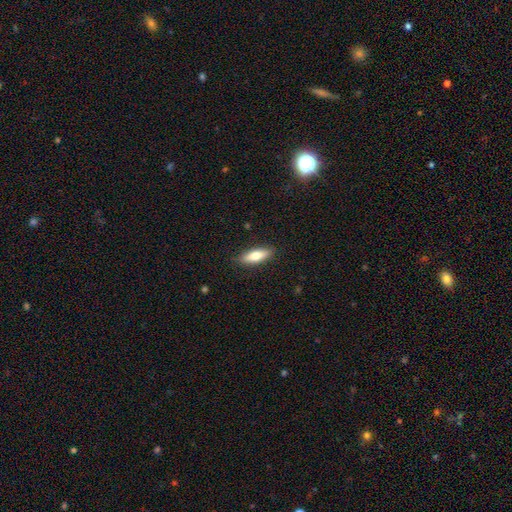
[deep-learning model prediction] A smooth galaxy with no disk features (71%) that is in between round and cigar-shaped (56%).

Vote fractions:
- Smooth or featured? smooth: 71% / featured or disk: 23% / star or artifact: 6%
- How rounded? in between: 56% / cigar-shaped: 42% / round: 2%
- Merging? none: 87% / minor disturbance: 9% / major disturbance: 2% / merger: 1%